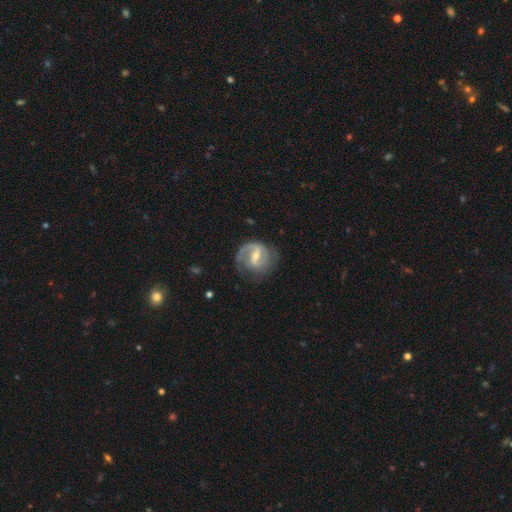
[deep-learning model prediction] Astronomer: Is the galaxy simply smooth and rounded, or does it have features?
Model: featured or disk — 87%.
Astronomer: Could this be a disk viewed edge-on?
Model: no — 98%.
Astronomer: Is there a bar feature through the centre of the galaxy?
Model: weak — 46% (runner-up: strong, 43%).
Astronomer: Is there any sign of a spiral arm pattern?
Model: yes — 95%.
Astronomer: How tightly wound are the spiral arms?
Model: medium — 50% (runner-up: tight, 30%).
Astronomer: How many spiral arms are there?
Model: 2 — 76%.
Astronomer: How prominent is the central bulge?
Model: moderate — 49% (runner-up: small, 45%).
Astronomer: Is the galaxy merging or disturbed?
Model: none — 68%.